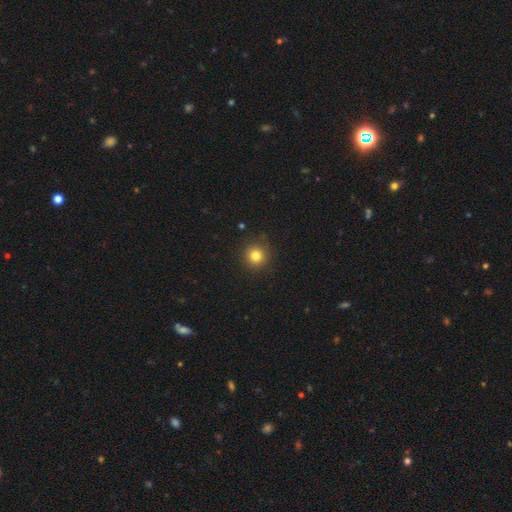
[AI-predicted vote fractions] Smooth or featured: smooth — 81% (star or artifact — 13%)
How rounded: round — 94% (in between — 5%)
Merging: none — 90% (minor disturbance — 6%)